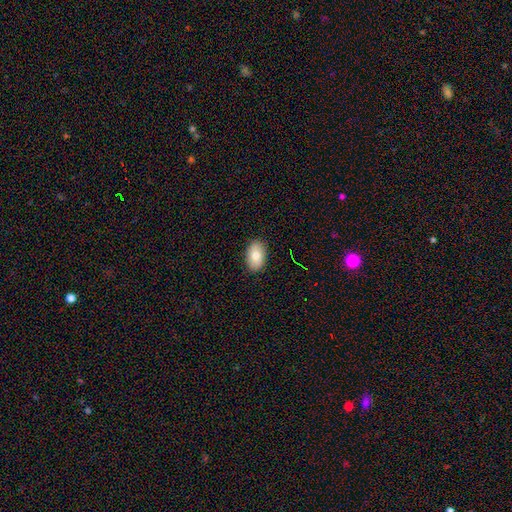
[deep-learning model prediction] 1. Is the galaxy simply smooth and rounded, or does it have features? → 79% smooth, 14% featured or disk, 7% star or artifact.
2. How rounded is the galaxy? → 92% in between, 7% round, 1% cigar-shaped.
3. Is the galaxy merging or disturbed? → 89% none, 8% minor disturbance, 2% major disturbance, 1% merger.